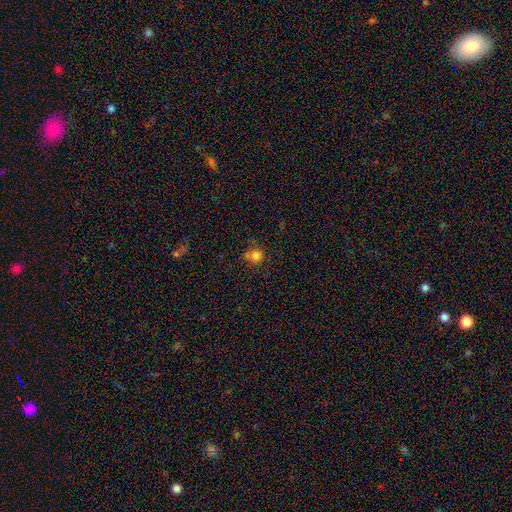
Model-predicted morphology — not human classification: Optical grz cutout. It shows a smooth galaxy with no disk features (76%) that is round (89%). Merging: none (63%).